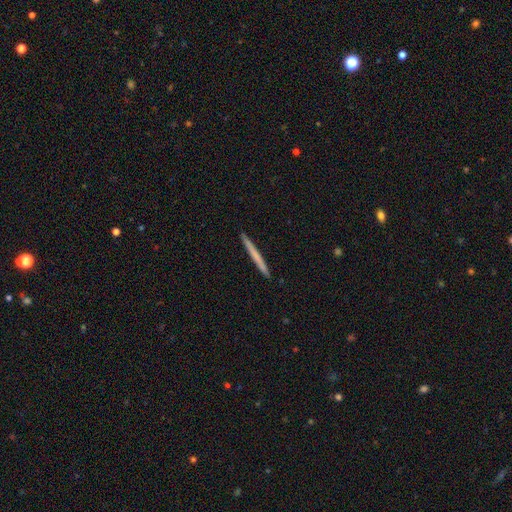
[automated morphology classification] A smooth galaxy with no disk features (57%) that is cigar-shaped (97%).

Vote fractions:
- Smooth or featured? smooth: 57% / featured or disk: 38% / star or artifact: 5%
- How rounded? cigar-shaped: 97% / in between: 1% / round: 1%
- Merging? none: 93% / minor disturbance: 4% / major disturbance: 1% / merger: 1%